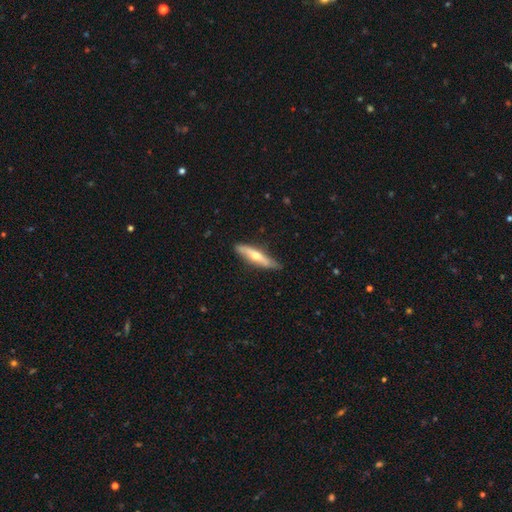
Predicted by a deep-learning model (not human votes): Smooth or featured? Predicted: smooth (p=0.49). Merging? Predicted: none (p=0.75).